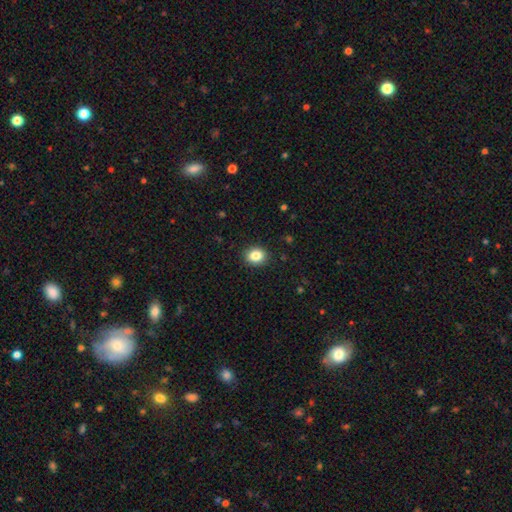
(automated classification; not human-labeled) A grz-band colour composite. It shows a smooth galaxy with no disk features (85%) that is round (59%). Merging: none (90%).